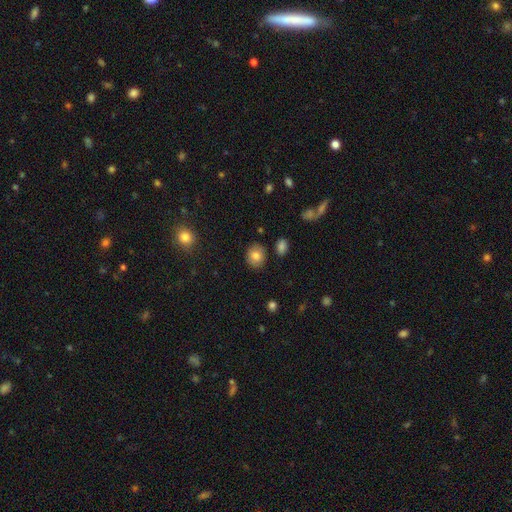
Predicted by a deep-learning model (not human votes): A smooth galaxy with no disk features (81%) that is round (72%). Merging: none (87%).